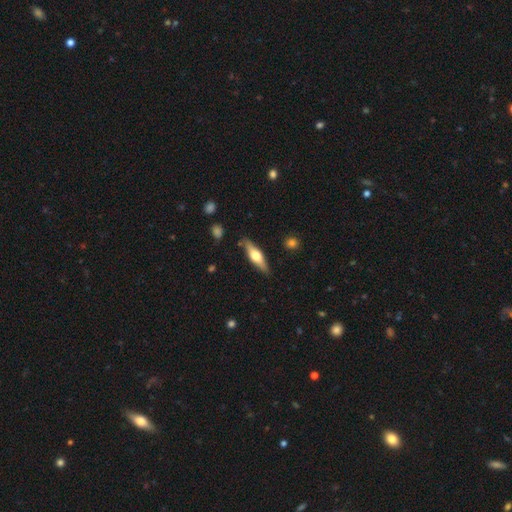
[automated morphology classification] featured or disk 51%, smooth 43%, star or artifact 6%. Down the decision tree: edge-on disk — yes (92%); merging — none (85%).